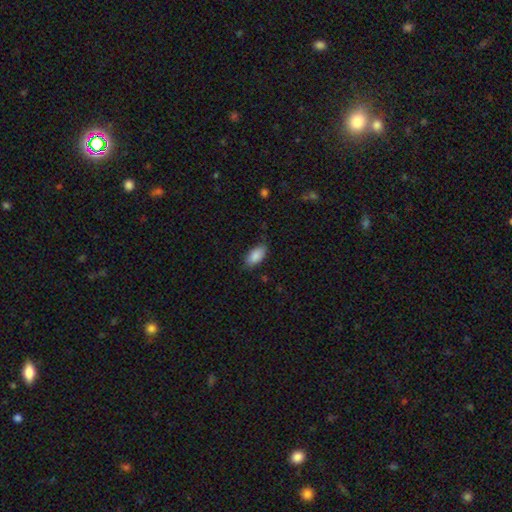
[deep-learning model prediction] smooth 88%, star or artifact 7%, featured or disk 5%. Down the decision tree: how rounded — in between (92%); merging — none (78%).